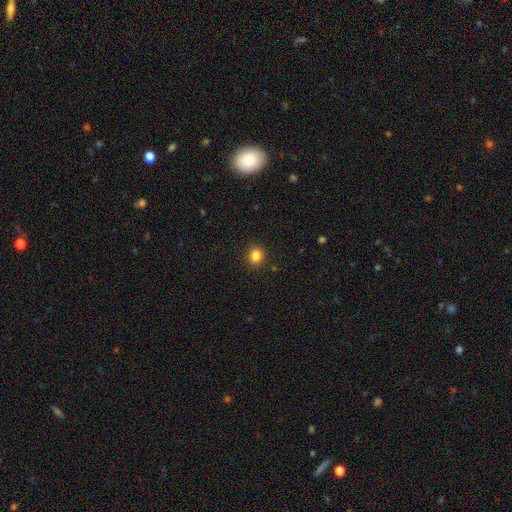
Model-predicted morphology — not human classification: smooth 84%, star or artifact 11%, featured or disk 4%. Down the decision tree: how rounded — round (76%); merging — none (90%).